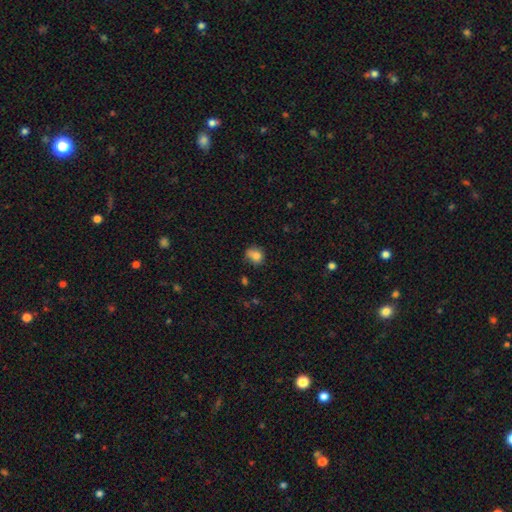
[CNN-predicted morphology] Smooth or featured? smooth (79%)
How rounded? round (67%)
Merging? none (52%)